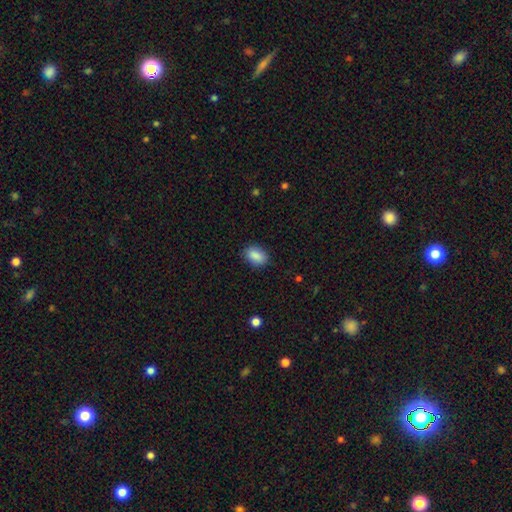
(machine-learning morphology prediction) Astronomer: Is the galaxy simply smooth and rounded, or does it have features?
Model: smooth — 89%.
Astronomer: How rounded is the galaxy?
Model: in between — 86%.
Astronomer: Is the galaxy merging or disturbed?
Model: none — 85%.